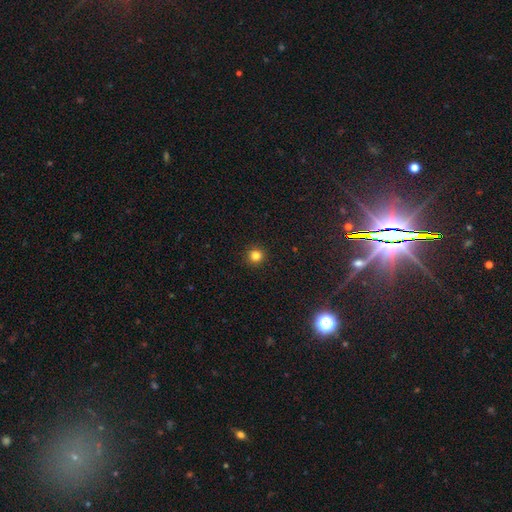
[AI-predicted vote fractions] Smooth or featured? smooth (83%)
How rounded? round (95%)
Merging? none (93%)